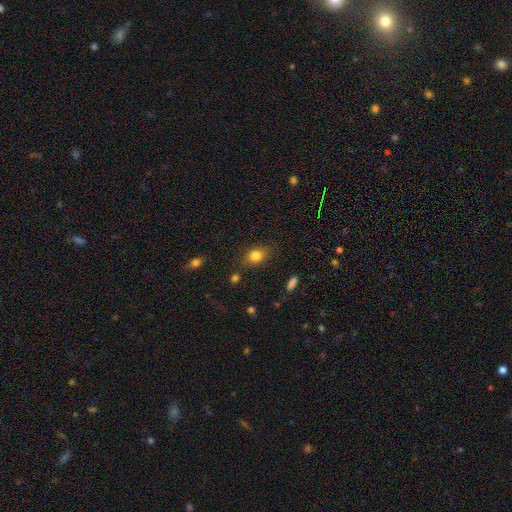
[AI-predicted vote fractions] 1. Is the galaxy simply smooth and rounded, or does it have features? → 81% smooth, 11% star or artifact, 8% featured or disk.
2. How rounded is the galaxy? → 63% in between, 35% round, 2% cigar-shaped.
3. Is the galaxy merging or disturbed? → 79% none, 15% minor disturbance, 4% major disturbance, 2% merger.